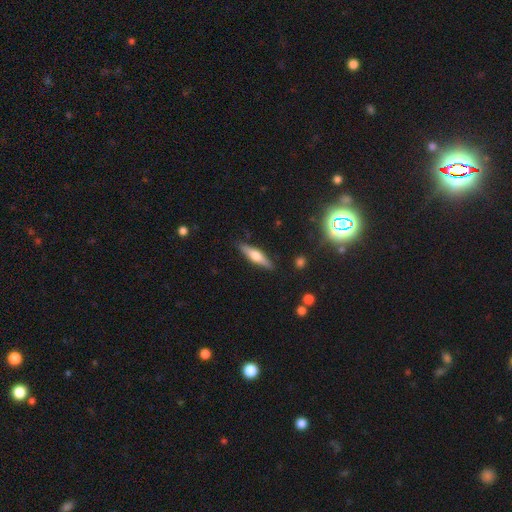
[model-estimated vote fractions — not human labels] Smooth or featured?
  - featured or disk: 51% *
  - smooth: 43%
  - star or artifact: 6%
Edge-on disk?
  - yes: 94% *
  - no: 6%
Merging?
  - none: 88% *
  - minor disturbance: 9%
  - major disturbance: 2%
  - merger: 1%